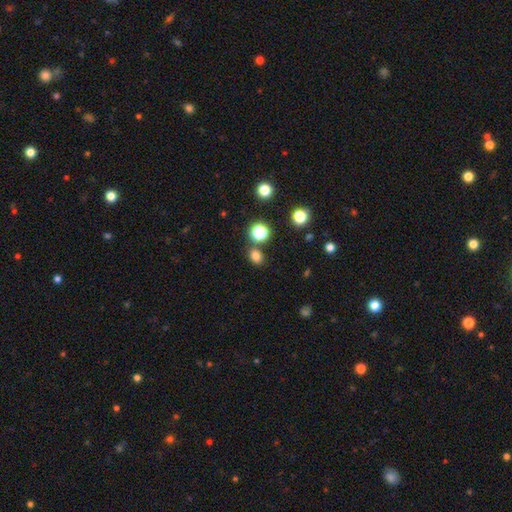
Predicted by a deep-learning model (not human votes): Q: Smooth or featured?
A: smooth (77%); runner-up: star or artifact (18%)
Q: How rounded?
A: in between (50%); runner-up: round (49%)
Q: Merging?
A: none (76%); runner-up: merger (11%)